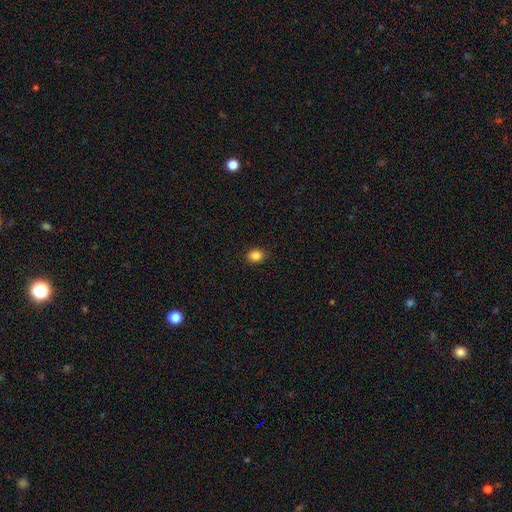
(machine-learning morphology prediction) A smooth galaxy with no disk features (86%) that is in between round and cigar-shaped (56%). Merging: none (89%).